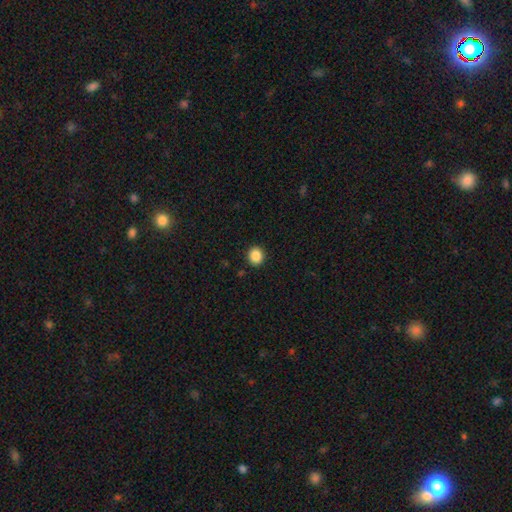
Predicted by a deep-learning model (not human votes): A smooth galaxy with no disk features (88%) that is round (84%).

Vote fractions:
- Smooth or featured? smooth: 88% / star or artifact: 9% / featured or disk: 3%
- How rounded? round: 84% / in between: 15% / cigar-shaped: 1%
- Merging? none: 92% / minor disturbance: 5% / major disturbance: 2% / merger: 1%